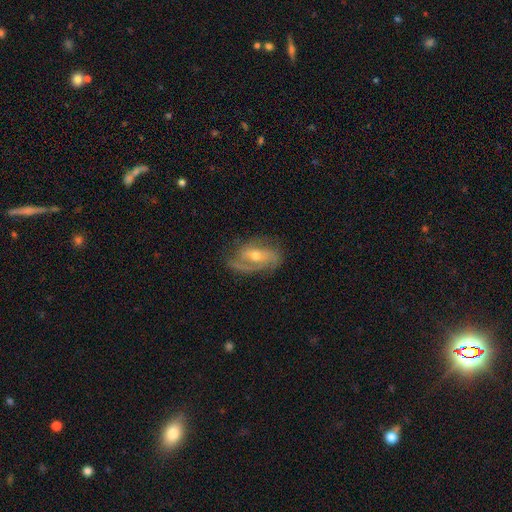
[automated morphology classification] A featured or disk galaxy (83%) with a weak bar (40%, tied with no), 2 (57%) medium (47%) spiral arms (94%) and a moderate central bulge (57%).

Vote fractions:
- Smooth or featured? featured or disk: 83% / smooth: 11% / star or artifact: 6%
- Edge-on disk? no: 95% / yes: 5%
- Bar? weak: 40% (tied) / no: 40% (tied) / strong: 19%
- Spiral arms? yes: 94% / no: 6%
- Spiral winding? medium: 47% / tight: 33% / loose: 20%
- Spiral arm count? 2: 57% / 3: 18% / can't tell: 13% / 1: 8% / 4: 3% / more than 4: 2%
- Bulge size? moderate: 57% / small: 39% / large: 2% / none: 1% / dominant: 1%
- Merging? none: 68% / minor disturbance: 20% / major disturbance: 10% / merger: 1%